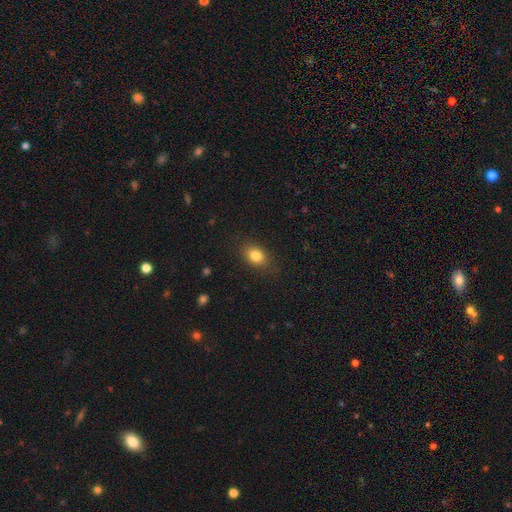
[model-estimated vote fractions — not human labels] smooth_or_featured: smooth (p=0.82) [alt: star or artifact p=0.10]
how_rounded: in between (p=0.73) [alt: round p=0.25]
merging: none (p=0.85) [alt: minor disturbance p=0.11]